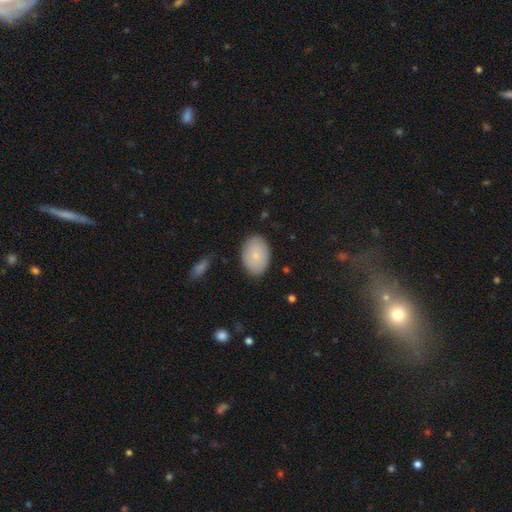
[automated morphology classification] Smooth or featured? Predicted: smooth (p=0.78). How rounded? Predicted: in between (p=0.84). Merging? Predicted: none (p=0.85).